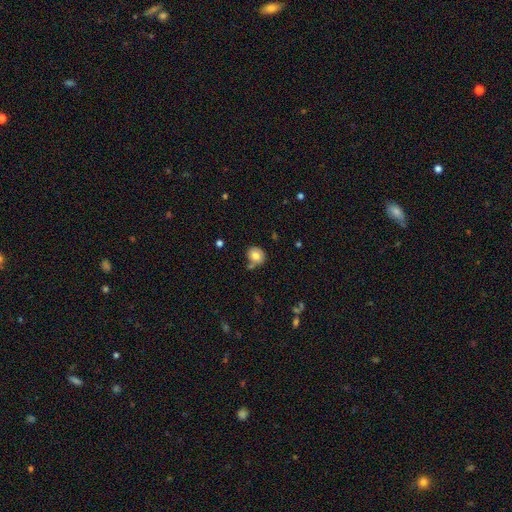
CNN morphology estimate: A smooth galaxy with no disk features (76%) that is round (73%).

Vote fractions:
- Smooth or featured? smooth: 76% / featured or disk: 14% / star or artifact: 10%
- How rounded? round: 73% / in between: 26% / cigar-shaped: 1%
- Merging? none: 67% / minor disturbance: 17% / merger: 12% / major disturbance: 4%